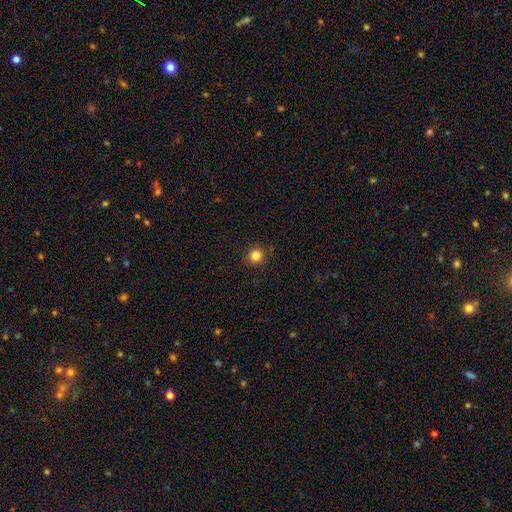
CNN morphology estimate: The model was most divided on "smooth or featured": smooth: 84%, star or artifact: 12%, featured or disk: 4%. More confident: how rounded — round (94%); merging — none (91%).